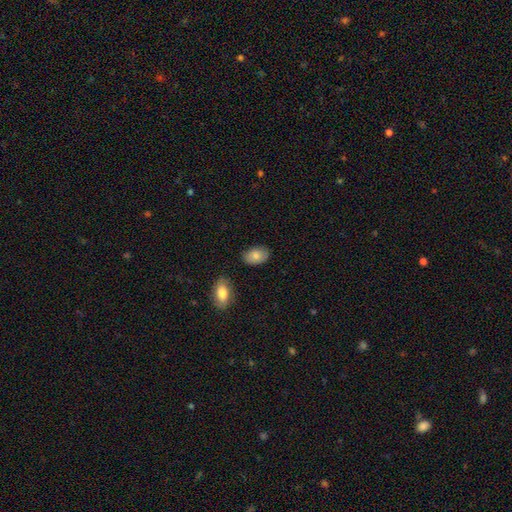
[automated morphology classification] Smooth or featured: smooth — 82% (featured or disk — 11%)
How rounded: in between — 90% (round — 9%)
Merging: none — 82% (minor disturbance — 13%)